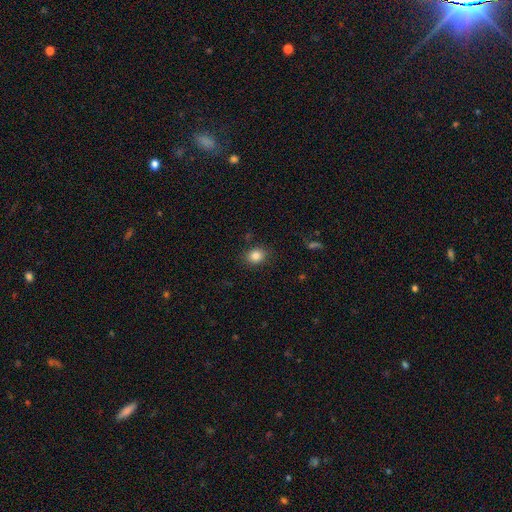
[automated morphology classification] A smooth galaxy with no disk features (85%) that is round (59%).

Vote fractions:
- Smooth or featured? smooth: 85% / star or artifact: 10% / featured or disk: 5%
- How rounded? round: 59% / in between: 40% / cigar-shaped: 1%
- Merging? none: 86% / minor disturbance: 10% / major disturbance: 3% / merger: 1%